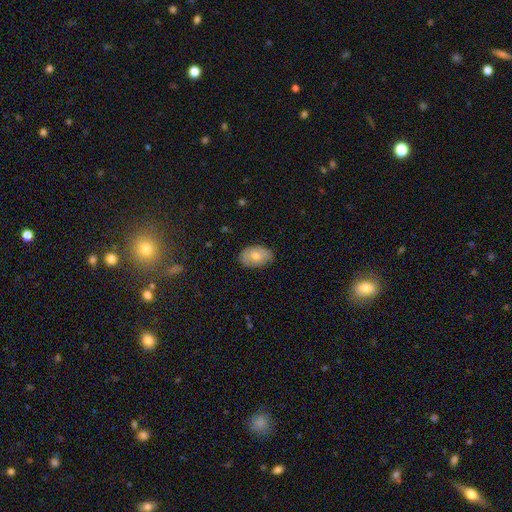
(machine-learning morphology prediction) Smooth or featured: smooth — 66% (featured or disk — 25%)
How rounded: in between — 89% (round — 10%)
Merging: none — 82% (minor disturbance — 15%)